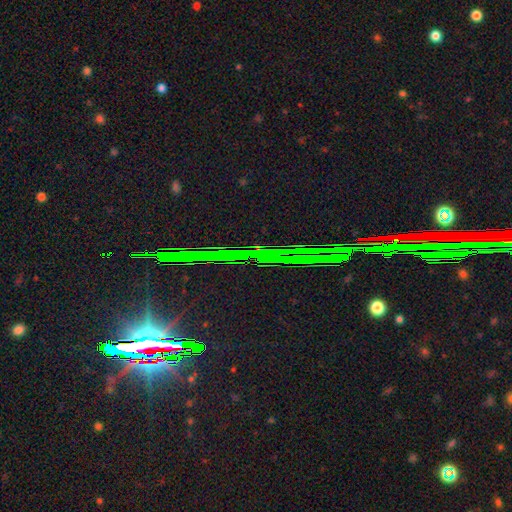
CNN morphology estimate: Smooth or featured? star or artifact (79%)